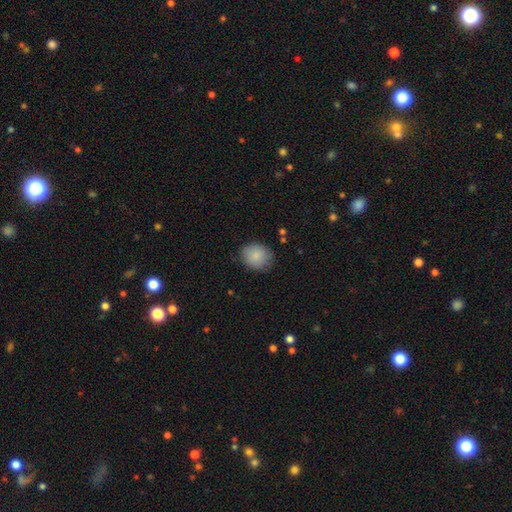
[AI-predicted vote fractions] A smooth galaxy with no disk features (86%) that is round (66%).

Vote fractions:
- Smooth or featured? smooth: 86% / star or artifact: 8% / featured or disk: 6%
- How rounded? round: 66% / in between: 34% / cigar-shaped: 1%
- Merging? none: 81% / minor disturbance: 14% / major disturbance: 3% / merger: 1%